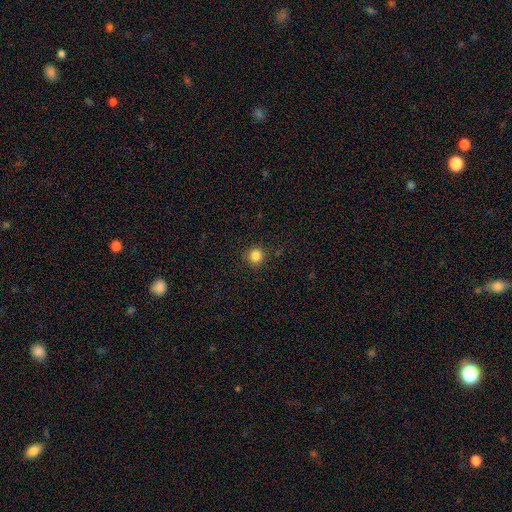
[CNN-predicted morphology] Smooth or featured? Predicted: smooth (p=0.85). How rounded? Predicted: round (p=0.90). Merging? Predicted: none (p=0.88).